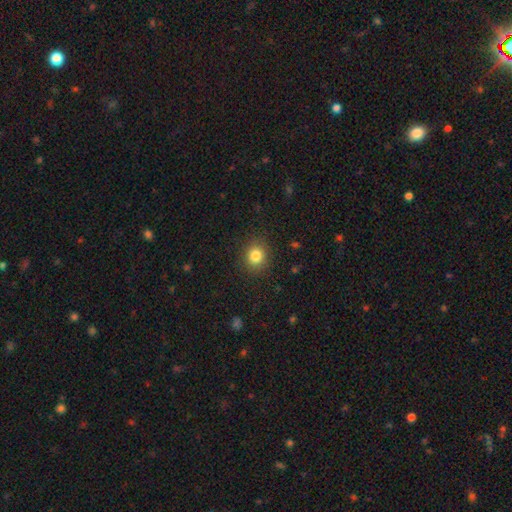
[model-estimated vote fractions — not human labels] A smooth galaxy with no disk features (83%) that is round (80%). Merging: none (88%).